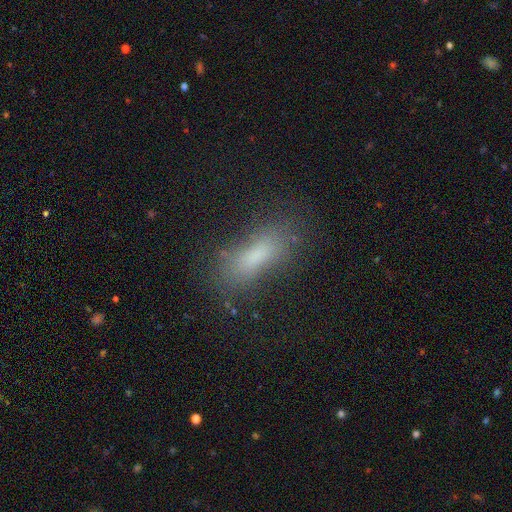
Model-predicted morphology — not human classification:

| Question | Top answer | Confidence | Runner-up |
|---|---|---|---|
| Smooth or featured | smooth | 73% | featured or disk (14%) |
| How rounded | in between | 61% | cigar-shaped (36%) |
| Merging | none | 70% | minor disturbance (18%) |